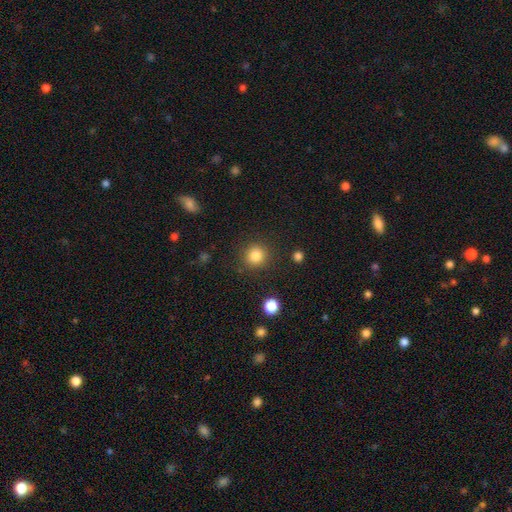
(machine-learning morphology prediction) Smooth or featured? Predicted: smooth (p=0.84). How rounded? Predicted: round (p=0.92). Merging? Predicted: none (p=0.88).